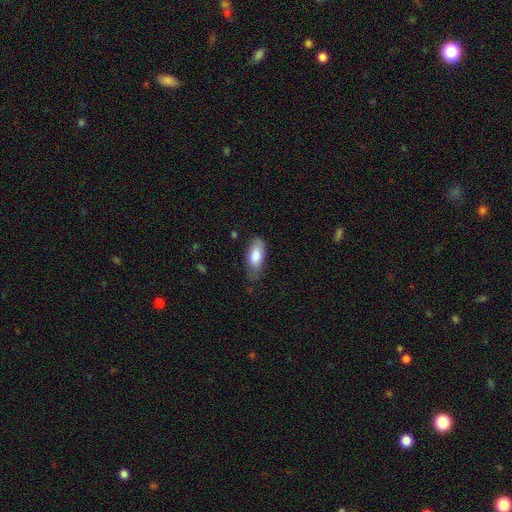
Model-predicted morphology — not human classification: The model was most divided on "merging": none: 62%, minor disturbance: 29%, major disturbance: 8%, merger: 2%. More confident: how rounded — in between (84%); smooth or featured — smooth (80%).